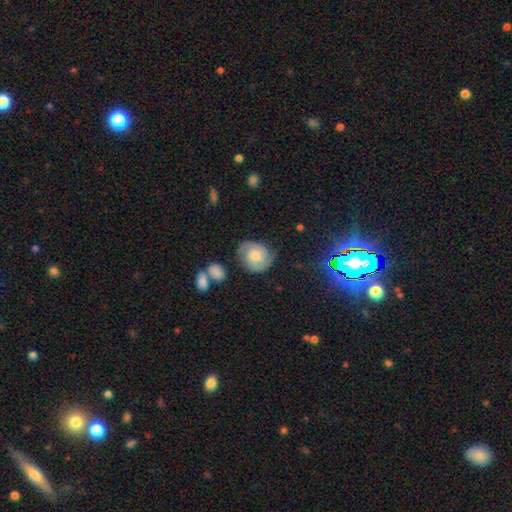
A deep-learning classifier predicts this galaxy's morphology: This is likely a featured or disk galaxy (64%). It is clearly not viewed edge-on (98%). Bar: likely no (71%). Spiral arm pattern: clearly yes (92%). Spiral arm count: likely 2 (80%). Spiral winding: possibly tight (50%). Central bulge: possibly moderate (48%). Merging: likely none (69%).